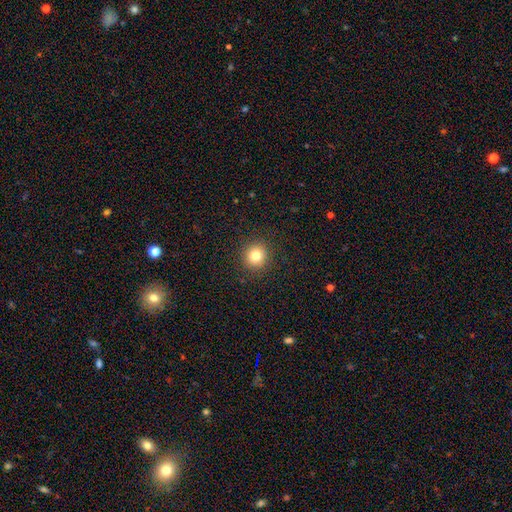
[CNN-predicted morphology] Smooth or featured?
  - smooth: 80% *
  - star or artifact: 13%
  - featured or disk: 8%
How rounded?
  - round: 91% *
  - in between: 8%
  - cigar-shaped: 1%
Merging?
  - none: 92% *
  - minor disturbance: 5%
  - major disturbance: 2%
  - merger: 1%